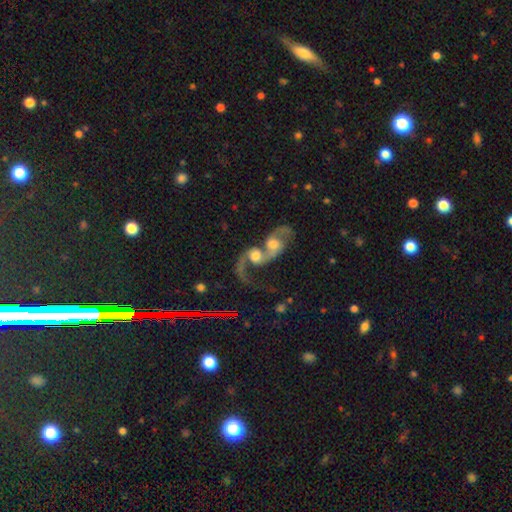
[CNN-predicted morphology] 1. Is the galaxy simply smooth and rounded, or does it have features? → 66% featured or disk, 25% smooth, 9% star or artifact.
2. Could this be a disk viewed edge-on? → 95% no, 5% yes.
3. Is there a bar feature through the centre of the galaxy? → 66% no, 27% weak, 7% strong.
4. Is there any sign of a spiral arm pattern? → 85% yes, 15% no.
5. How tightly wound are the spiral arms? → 69% loose, 25% medium, 6% tight.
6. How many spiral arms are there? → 63% 2, 27% 1, 7% can't tell, 1% 3, 1% 4, 1% more than 4.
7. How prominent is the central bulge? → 49% moderate, 28% large, 14% small, 5% none, 4% dominant.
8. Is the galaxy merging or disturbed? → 81% merger, 8% none, 7% major disturbance, 3% minor disturbance.